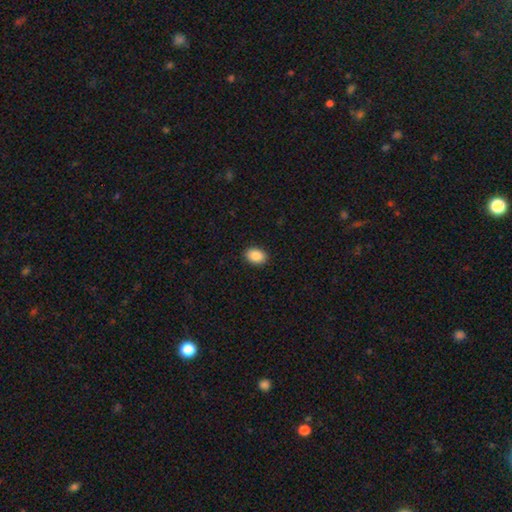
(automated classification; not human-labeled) A smooth galaxy with no disk features (89%) that is in between round and cigar-shaped (80%).

Vote fractions:
- Smooth or featured? smooth: 89% / star or artifact: 7% / featured or disk: 4%
- How rounded? in between: 80% / round: 19% / cigar-shaped: 1%
- Merging? none: 91% / minor disturbance: 7% / major disturbance: 2% / merger: 1%